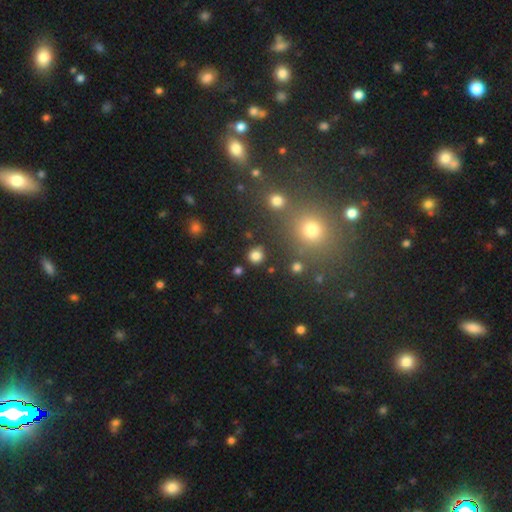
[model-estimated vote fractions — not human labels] Smooth or featured: smooth — 81% (star or artifact — 15%)
How rounded: round — 90% (in between — 9%)
Merging: none — 87% (minor disturbance — 7%)